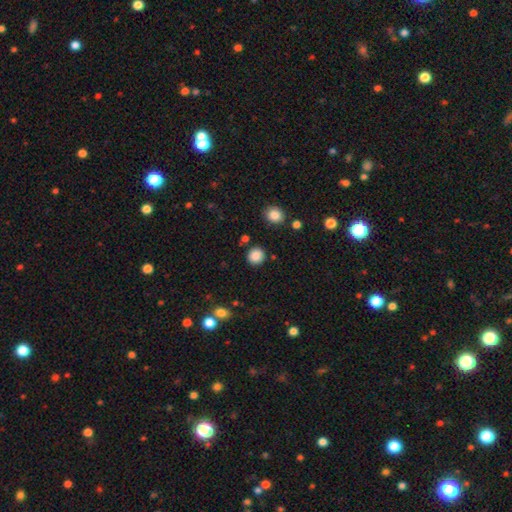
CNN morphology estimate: A smooth galaxy with no disk features (87%) that is round (90%).

Vote fractions:
- Smooth or featured? smooth: 87% / star or artifact: 10% / featured or disk: 3%
- How rounded? round: 90% / in between: 9% / cigar-shaped: 1%
- Merging? none: 88% / minor disturbance: 7% / merger: 3% / major disturbance: 3%